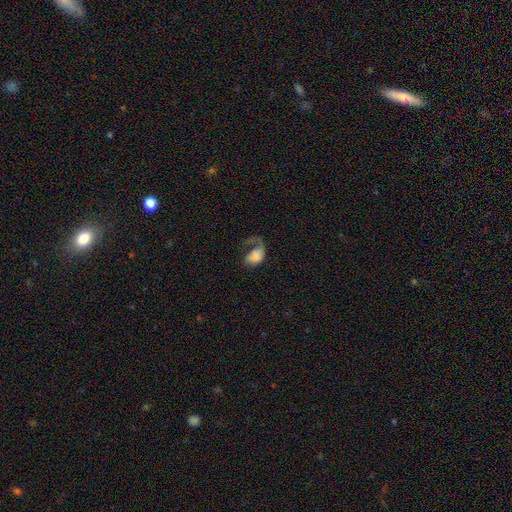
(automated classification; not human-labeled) Smooth or featured: smooth — 48% (featured or disk — 42%)
Merging: major disturbance — 57% (none — 22%)